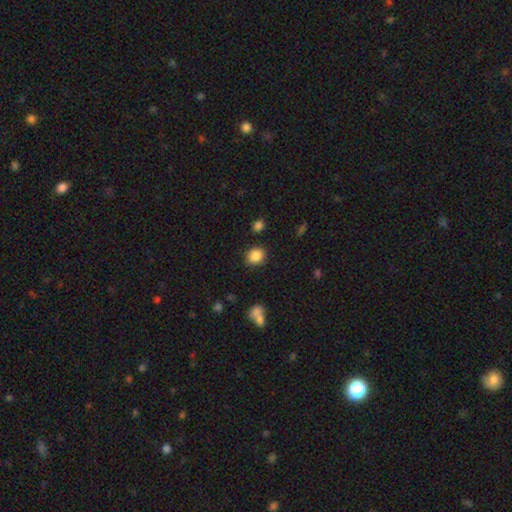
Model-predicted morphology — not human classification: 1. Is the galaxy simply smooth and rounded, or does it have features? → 86% smooth, 10% star or artifact, 4% featured or disk.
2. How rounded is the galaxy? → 70% round, 29% in between, 1% cigar-shaped.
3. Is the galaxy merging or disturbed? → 84% none, 10% minor disturbance, 3% merger, 3% major disturbance.